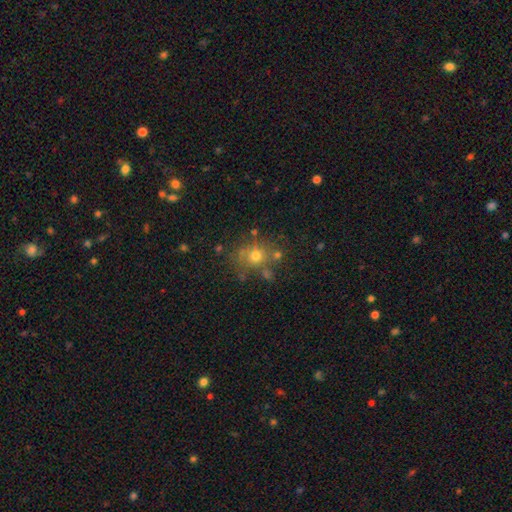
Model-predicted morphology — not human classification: The model was most divided on "smooth or featured": smooth: 65%, star or artifact: 19%, featured or disk: 17%. More confident: how rounded — round (76%); merging — none (63%).